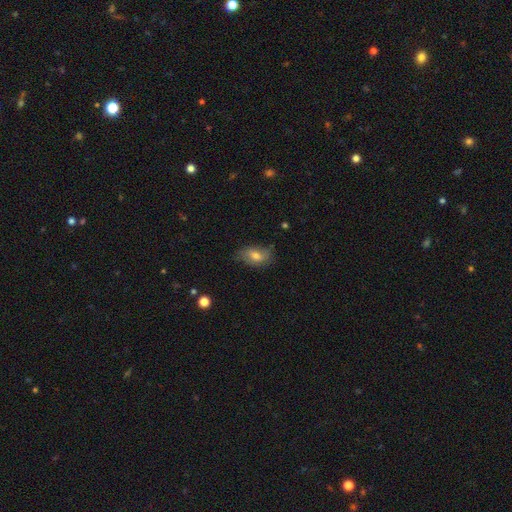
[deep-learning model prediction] Overall: smooth (63%; featured or disk 28%). How rounded: in between (87%). Merging: none (65%; minor disturbance 27%).